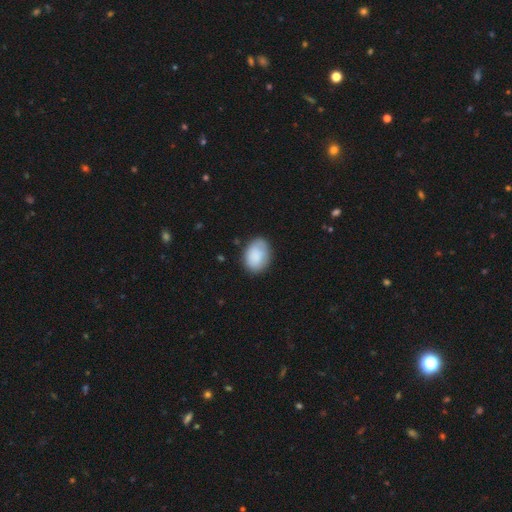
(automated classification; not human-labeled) smooth_or_featured: smooth (p=0.86) [alt: featured or disk p=0.08]
how_rounded: in between (p=0.77) [alt: round p=0.22]
merging: none (p=0.74) [alt: minor disturbance p=0.20]